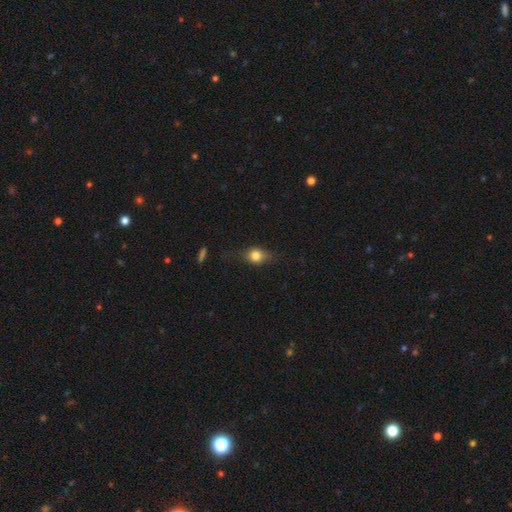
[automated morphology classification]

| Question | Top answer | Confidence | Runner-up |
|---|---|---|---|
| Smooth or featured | smooth | 71% | featured or disk (19%) |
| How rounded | round | 49% | in between (46%) |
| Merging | none | 66% | minor disturbance (24%) |